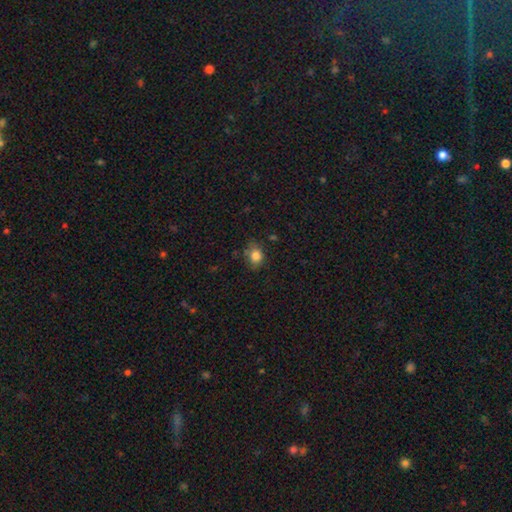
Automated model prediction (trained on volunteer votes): smooth 82%, star or artifact 11%, featured or disk 7%. Down the decision tree: how rounded — round (52%); merging — none (67%).